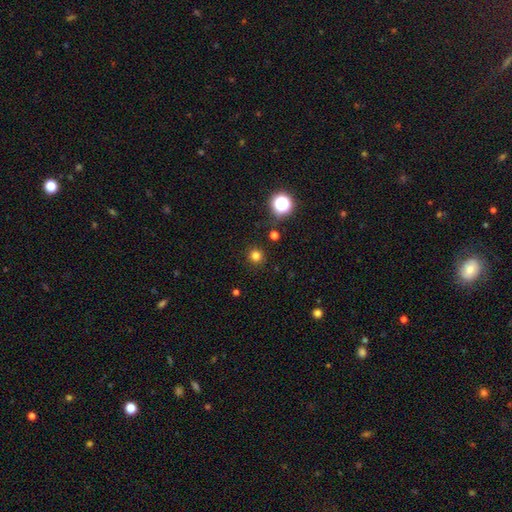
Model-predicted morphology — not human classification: This appears to be a smooth galaxy with no disk features (78%) that is round (95%). Merging: none (90%).